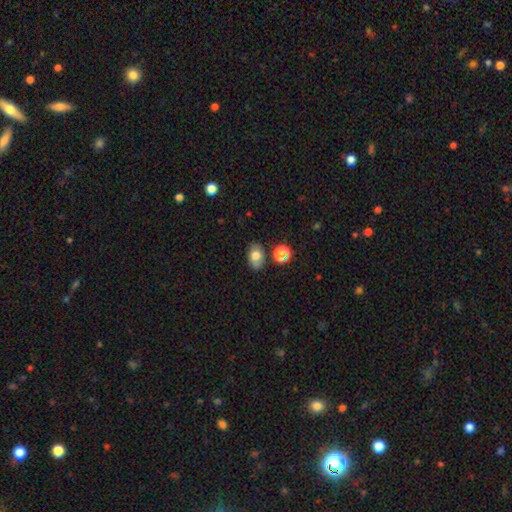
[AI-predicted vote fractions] Overall: smooth (75%). How rounded: in between (80%). Merging: none (78%).